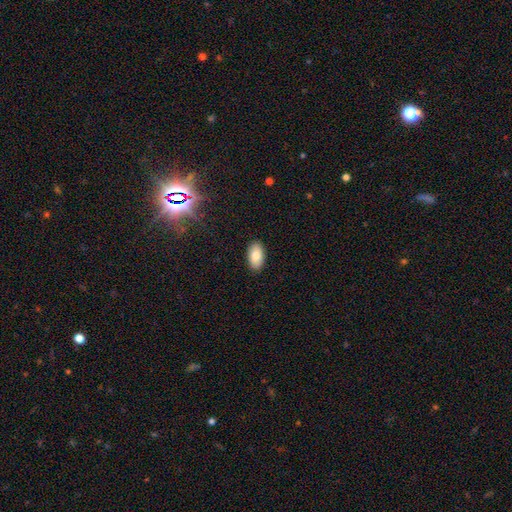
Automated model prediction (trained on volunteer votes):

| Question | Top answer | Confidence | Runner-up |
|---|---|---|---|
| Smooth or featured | smooth | 80% | featured or disk (12%) |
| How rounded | in between | 94% | round (3%) |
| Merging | none | 90% | minor disturbance (8%) |